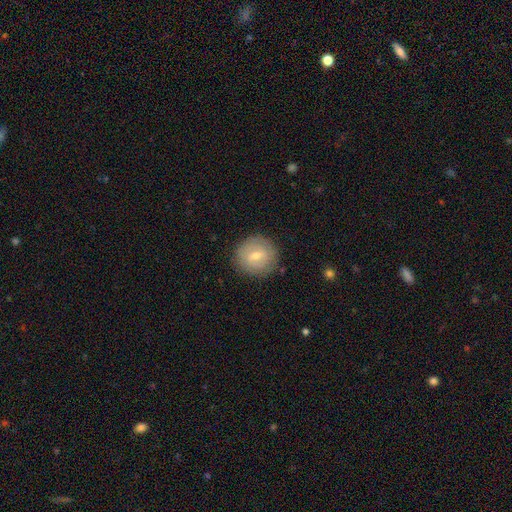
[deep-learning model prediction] smooth 58%, featured or disk 33%, star or artifact 9%. Down the decision tree: how rounded — round (89%); merging — none (86%).